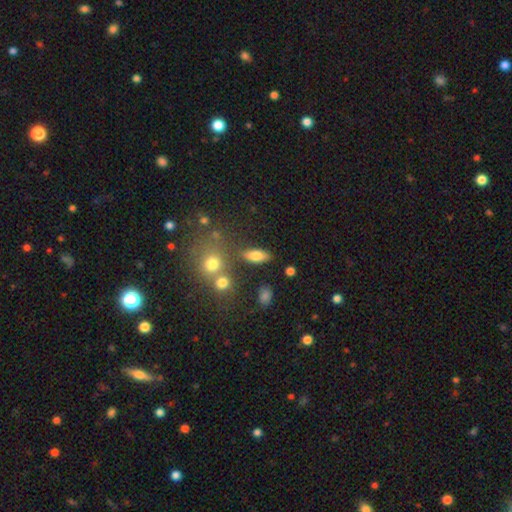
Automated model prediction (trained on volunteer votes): This is likely a smooth galaxy (76%). How rounded: likely in between (76%). Merging: likely none (75%).